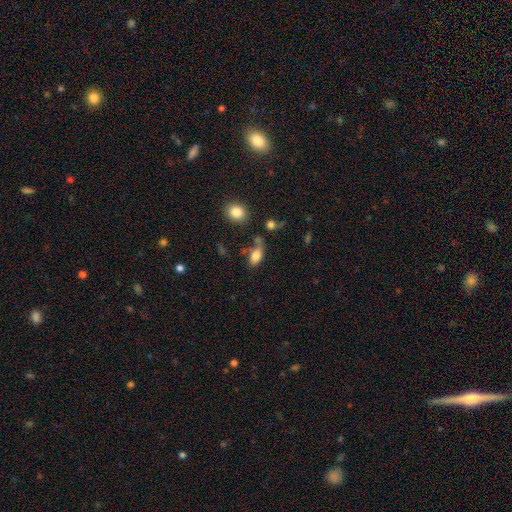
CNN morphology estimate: This appears to be a smooth galaxy with no disk features (78%) that is in between round and cigar-shaped (85%). Merging: none (47%).